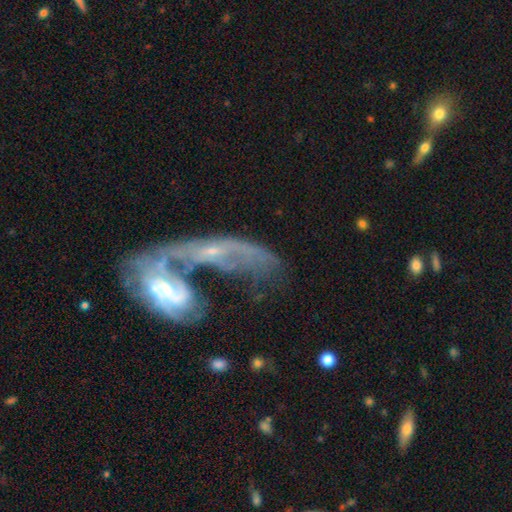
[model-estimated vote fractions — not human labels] A featured or disk galaxy (69%) with no bar (50%), spiral arms (73%) and a small central bulge (63%).

Vote fractions:
- Smooth or featured? featured or disk: 69% / smooth: 21% / star or artifact: 9%
- Edge-on disk? no: 84% / yes: 16%
- Bar? no: 50% / weak: 33% / strong: 17%
- Spiral arms? yes: 73% / no: 27%
- Bulge size? small: 63% / moderate: 24% / none: 9% / large: 3% / dominant: 2%
- Merging? merger: 53% / none: 19% / major disturbance: 17% / minor disturbance: 11%